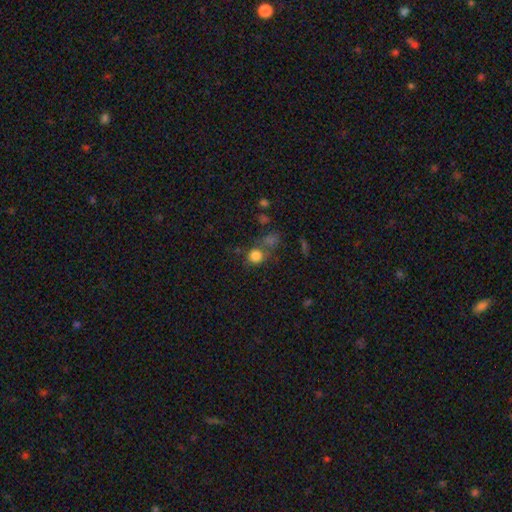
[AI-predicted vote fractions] The model was most divided on "merging": none: 56%, merger: 24%, minor disturbance: 12%, major disturbance: 7%. More confident: how rounded — round (86%); smooth or featured — smooth (80%).